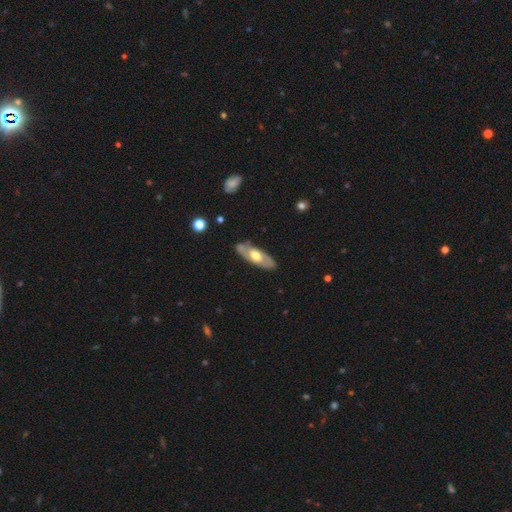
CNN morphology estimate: Smooth or featured: featured or disk — 63% (smooth — 32%)
Edge-on disk: no — 74% (yes — 26%)
Merging: none — 81% (minor disturbance — 14%)